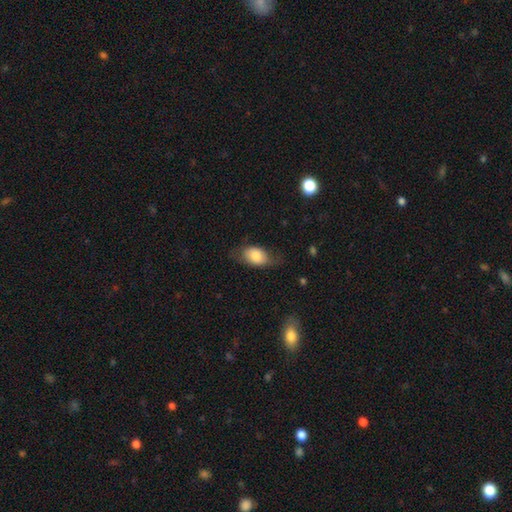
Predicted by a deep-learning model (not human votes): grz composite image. It shows a smooth galaxy with no disk features (75%) that is in between round and cigar-shaped (84%). Merging: none (61%).